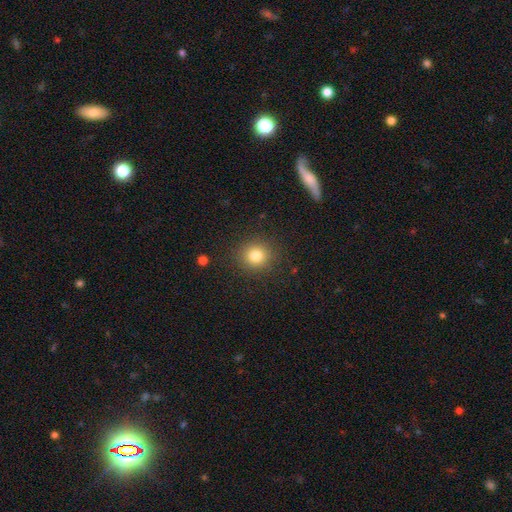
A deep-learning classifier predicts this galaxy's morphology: Smooth or featured?
  - smooth: 80% *
  - star or artifact: 13%
  - featured or disk: 7%
How rounded?
  - round: 89% *
  - in between: 10%
  - cigar-shaped: 1%
Merging?
  - none: 88% *
  - minor disturbance: 7%
  - major disturbance: 3%
  - merger: 1%